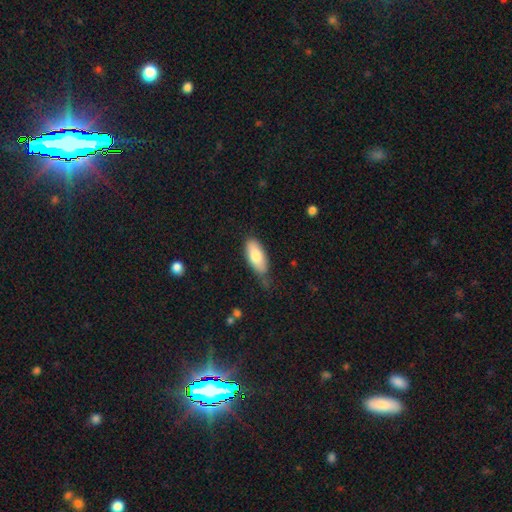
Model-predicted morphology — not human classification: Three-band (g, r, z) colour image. It shows a smooth galaxy with no disk features (79%) that is in between round and cigar-shaped (84%). Merging: none (55%).